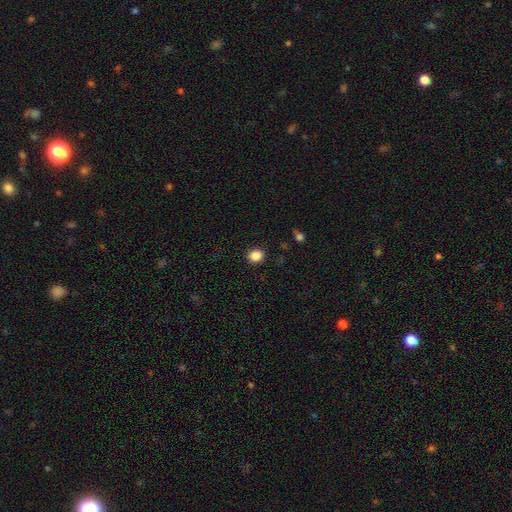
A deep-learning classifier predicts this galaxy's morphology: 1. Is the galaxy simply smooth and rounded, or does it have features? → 87% smooth, 10% star or artifact, 3% featured or disk.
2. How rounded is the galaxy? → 74% round, 25% in between, 1% cigar-shaped.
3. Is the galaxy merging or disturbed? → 91% none, 6% minor disturbance, 2% major disturbance, 1% merger.